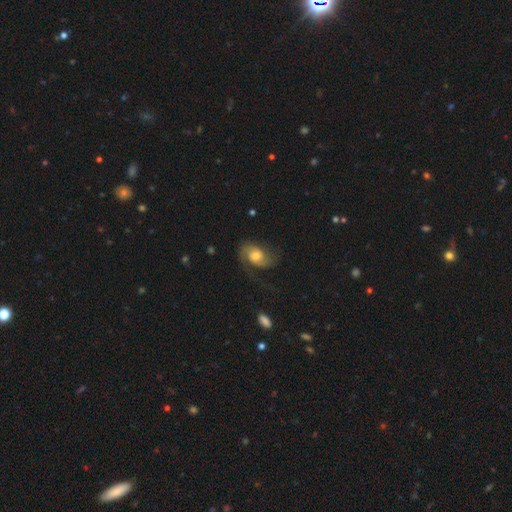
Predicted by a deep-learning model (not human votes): This is likely a featured or disk galaxy (68%). It is clearly not viewed edge-on (97%). Bar: likely no (68%). Spiral arm pattern: clearly yes (91%). Spiral arm count: likely 2 (73%). Spiral winding: marginally medium (44%). Central bulge: possibly moderate (59%). Merging: possibly none (52%).